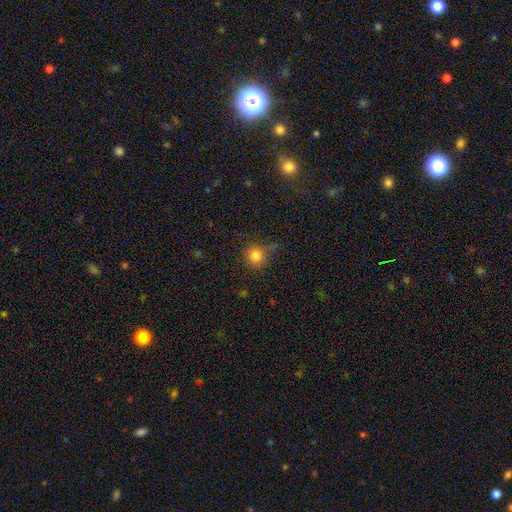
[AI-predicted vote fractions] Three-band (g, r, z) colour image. It shows a smooth galaxy with no disk features (81%) that is round (90%). Merging: none (71%).